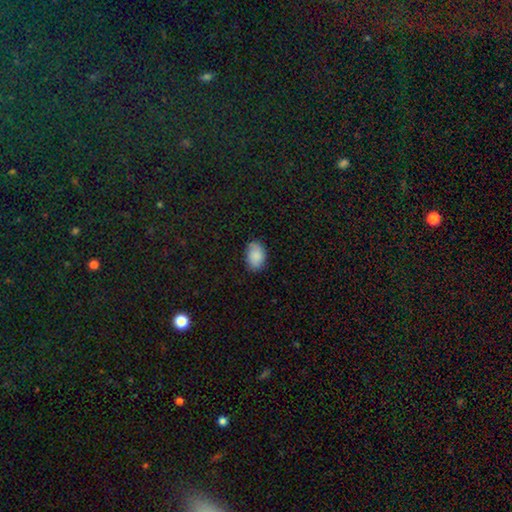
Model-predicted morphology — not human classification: smooth-or-featured: smooth: 86% | star or artifact: 7% | featured or disk: 6%
  how-rounded: in between: 82% | round: 17% | cigar-shaped: 1%
  merging: none: 80% | minor disturbance: 16% | major disturbance: 3% | merger: 1%